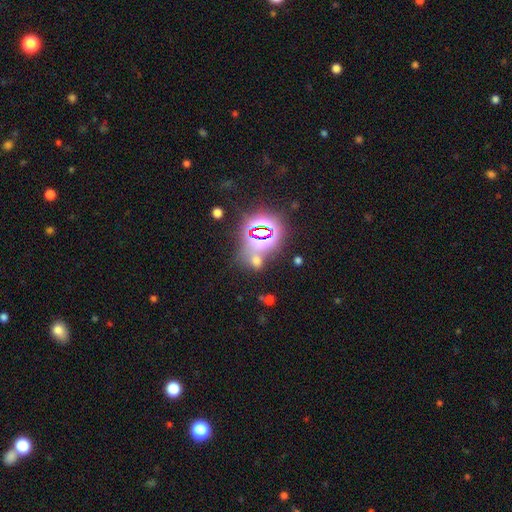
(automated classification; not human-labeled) This is possibly a star or artifact rather than a galaxy (58%).